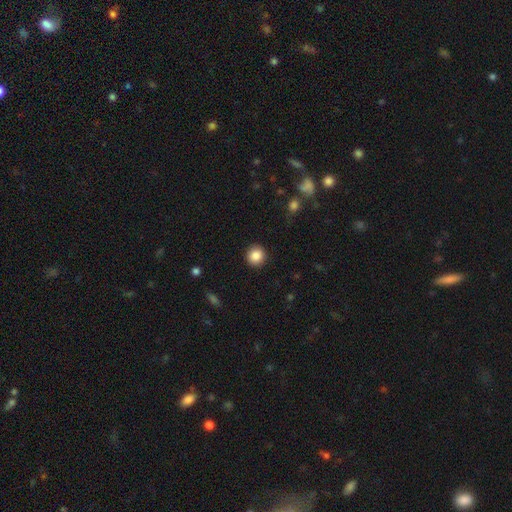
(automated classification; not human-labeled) Smooth or featured?
  - smooth: 87% *
  - star or artifact: 9%
  - featured or disk: 4%
How rounded?
  - round: 92% *
  - in between: 7%
  - cigar-shaped: 1%
Merging?
  - none: 90% *
  - minor disturbance: 6%
  - major disturbance: 2%
  - merger: 1%